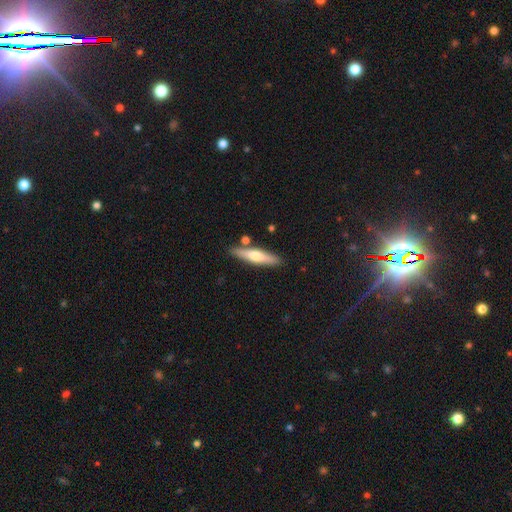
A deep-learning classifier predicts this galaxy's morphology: Q: Smooth or featured?
A: smooth (51%); runner-up: featured or disk (44%)
Q: How rounded?
A: cigar-shaped (83%); runner-up: in between (15%)
Q: Merging?
A: none (83%); runner-up: minor disturbance (10%)